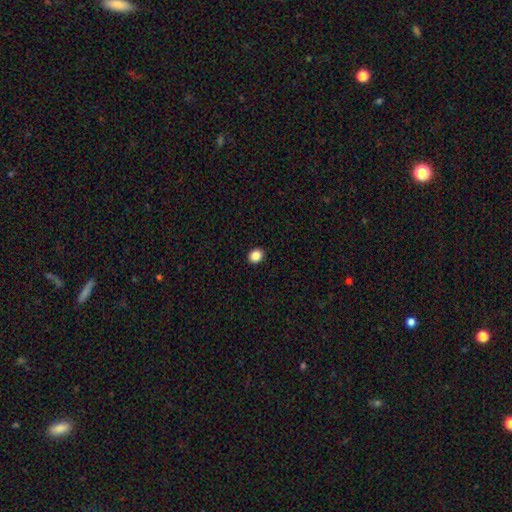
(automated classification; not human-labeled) Smooth or featured? smooth (87%)
How rounded? round (66%)
Merging? none (93%)